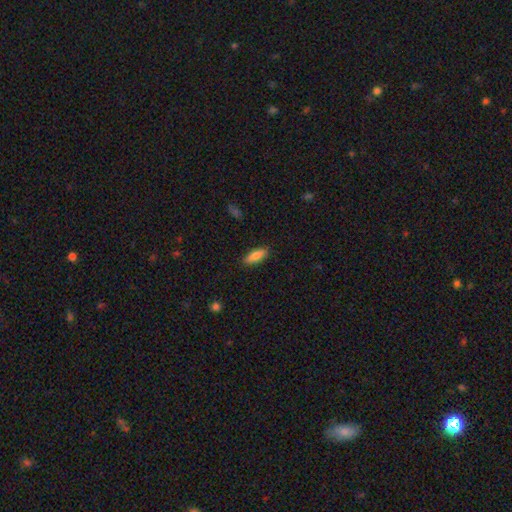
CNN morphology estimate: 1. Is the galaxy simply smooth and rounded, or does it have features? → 81% smooth, 13% featured or disk, 6% star or artifact.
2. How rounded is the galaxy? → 65% in between, 33% cigar-shaped, 2% round.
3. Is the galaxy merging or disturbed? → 88% none, 9% minor disturbance, 2% major disturbance, 1% merger.